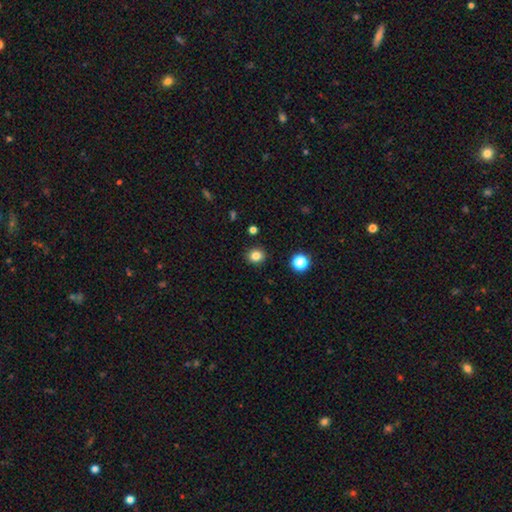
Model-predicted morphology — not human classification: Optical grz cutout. It shows a smooth galaxy with no disk features (82%) that is round (82%). Merging: none (90%).